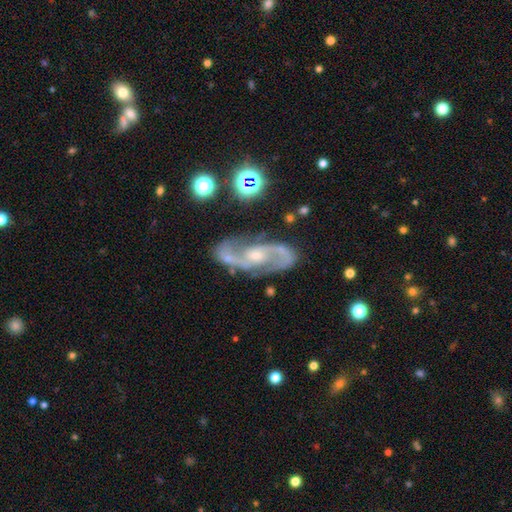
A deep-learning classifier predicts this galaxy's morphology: A featured or disk galaxy (89%) with no bar (50%), 2 (92%) medium (57%) spiral arms (97%) and a small central bulge (47%). Merging: none (72%).